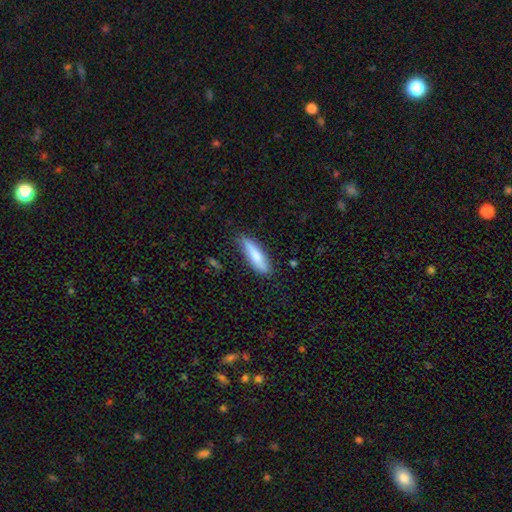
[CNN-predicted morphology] A smooth galaxy with no disk features (77%) that is cigar-shaped (67%).

Vote fractions:
- Smooth or featured? smooth: 77% / featured or disk: 17% / star or artifact: 6%
- How rounded? cigar-shaped: 67% / in between: 31% / round: 2%
- Merging? none: 76% / minor disturbance: 19% / major disturbance: 3% / merger: 2%